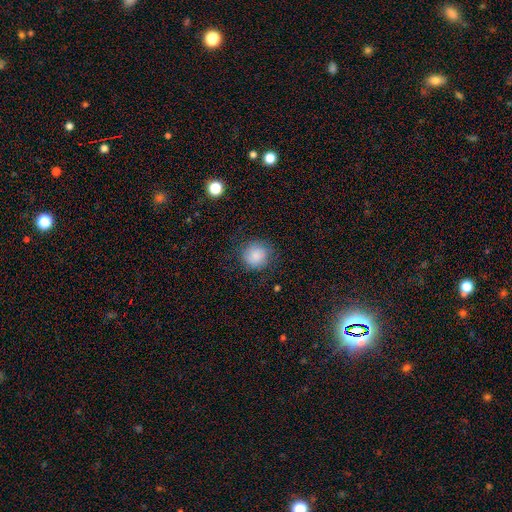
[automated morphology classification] Smooth or featured? smooth (84%)
How rounded? round (88%)
Merging? none (80%)